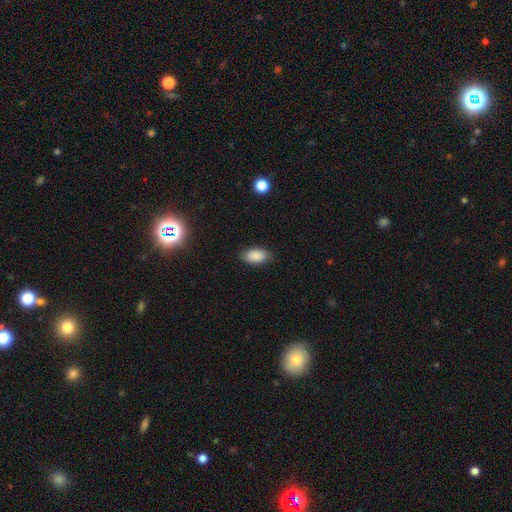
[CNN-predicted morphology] This is clearly a smooth galaxy (88%). How rounded: clearly in between (93%). Merging: clearly none (85%).